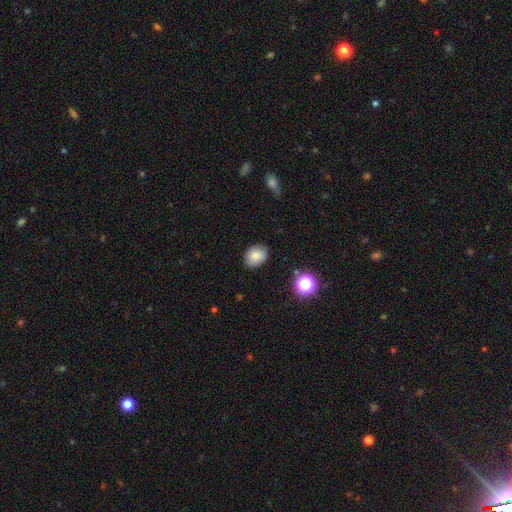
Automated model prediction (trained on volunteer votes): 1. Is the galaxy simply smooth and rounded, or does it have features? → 80% smooth, 11% star or artifact, 10% featured or disk.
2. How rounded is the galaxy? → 51% round, 48% in between, 1% cigar-shaped.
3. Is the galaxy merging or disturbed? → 81% none, 15% minor disturbance, 3% major disturbance, 1% merger.